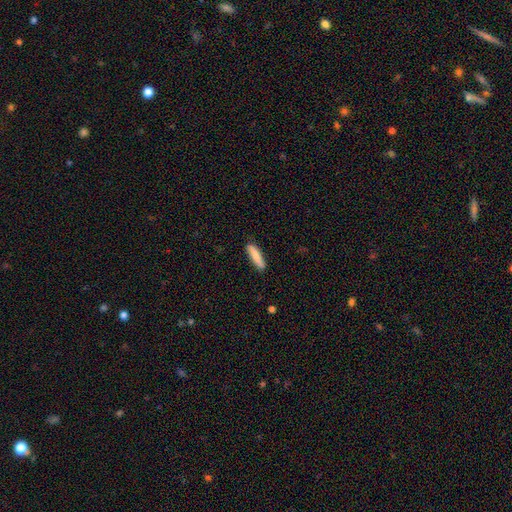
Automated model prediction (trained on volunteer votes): This is likely a smooth galaxy (78%). How rounded: likely cigar-shaped (77%). Merging: clearly none (83%).